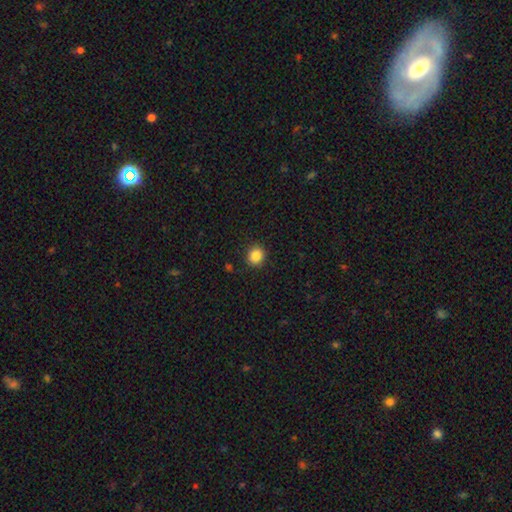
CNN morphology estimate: Smooth or featured: smooth — 86% (star or artifact — 10%)
How rounded: round — 89% (in between — 11%)
Merging: none — 90% (minor disturbance — 6%)